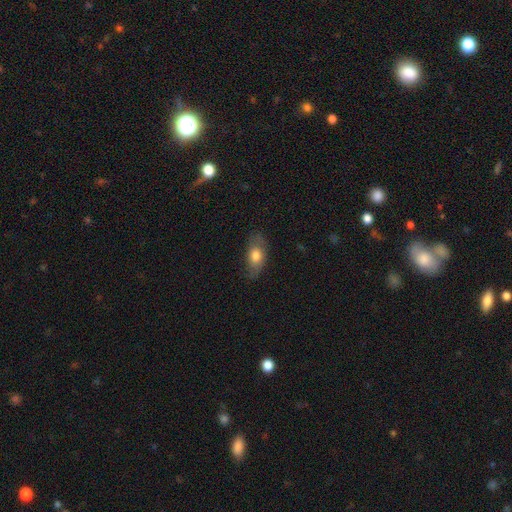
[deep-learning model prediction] Smooth or featured? Predicted: smooth (p=0.67). How rounded? Predicted: in between (p=0.86). Merging? Predicted: none (p=0.70).